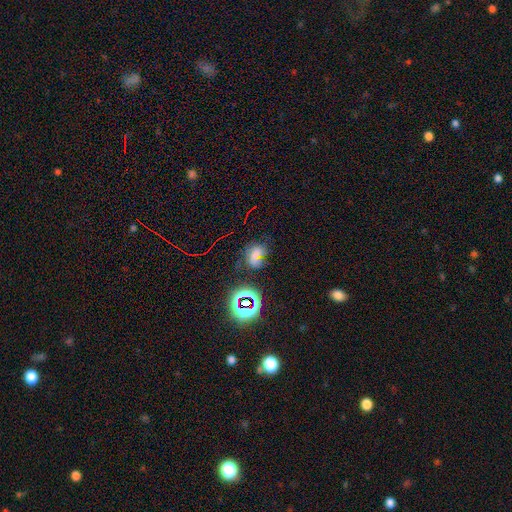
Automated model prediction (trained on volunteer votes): Smooth or featured?
  - smooth: 43% *
  - star or artifact: 37%
  - featured or disk: 20%
Merging?
  - none: 53% *
  - minor disturbance: 23%
  - major disturbance: 15%
  - merger: 8%